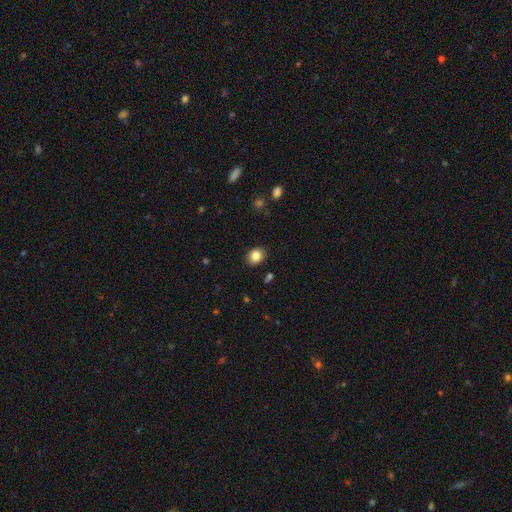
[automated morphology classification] The model was most divided on "how rounded": round: 57%, in between: 42%, cigar-shaped: 1%. More confident: merging — none (89%); smooth or featured — smooth (85%).